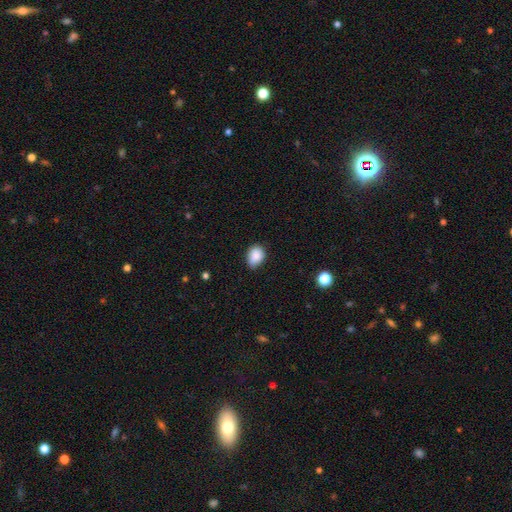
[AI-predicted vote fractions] smooth 88%, star or artifact 8%, featured or disk 4%. Down the decision tree: how rounded — in between (67%); merging — none (70%).